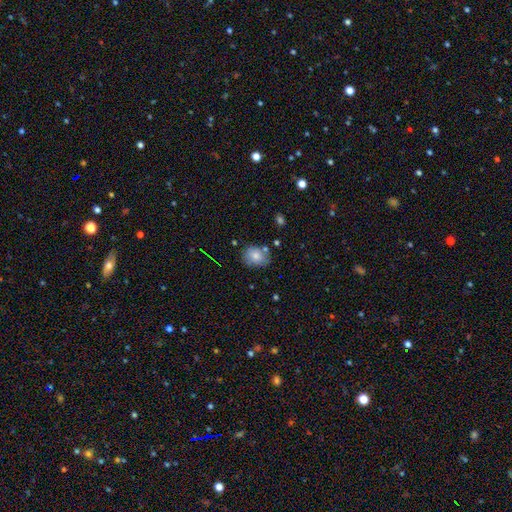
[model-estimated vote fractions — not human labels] Smooth or featured? Predicted: smooth (p=0.78). How rounded? Predicted: in between (p=0.50). Merging? Predicted: none (p=0.71).